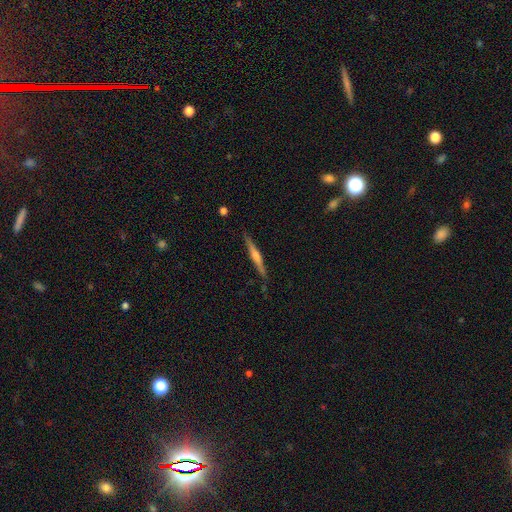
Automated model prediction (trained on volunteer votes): Overall: featured or disk (70%). Edge-on disk: yes (98%). Edge-on bulge: rounded (75%). Merging: none (89%).